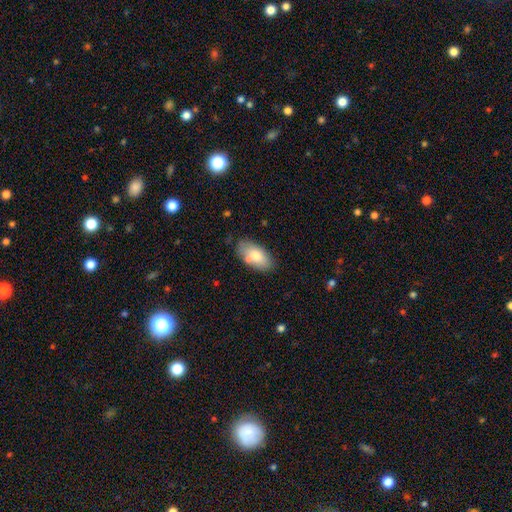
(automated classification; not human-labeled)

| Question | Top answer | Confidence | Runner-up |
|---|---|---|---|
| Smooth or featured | smooth | 77% | featured or disk (17%) |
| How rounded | in between | 94% | cigar-shaped (3%) |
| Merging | none | 73% | minor disturbance (16%) |